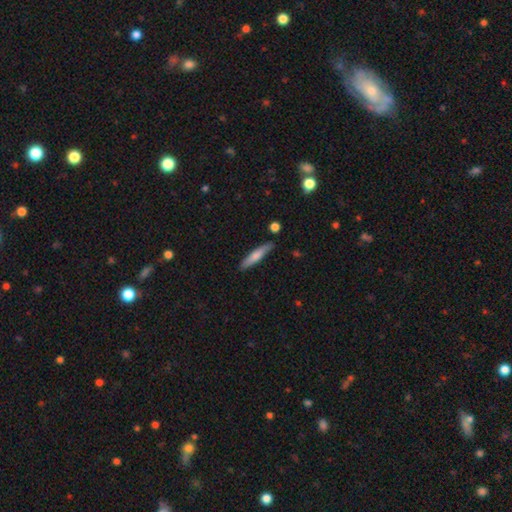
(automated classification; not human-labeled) smooth_or_featured: smooth (p=0.68) [alt: featured or disk p=0.27]
how_rounded: cigar-shaped (p=0.88) [alt: in between p=0.10]
merging: none (p=0.84) [alt: minor disturbance p=0.11]